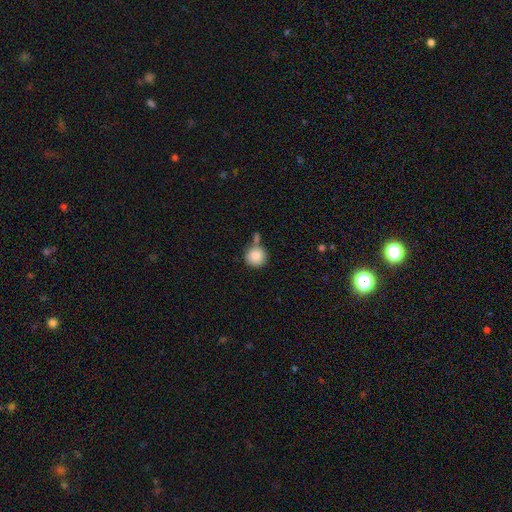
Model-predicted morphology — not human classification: A smooth galaxy with no disk features (87%) that is round (93%). Merging: none (65%).